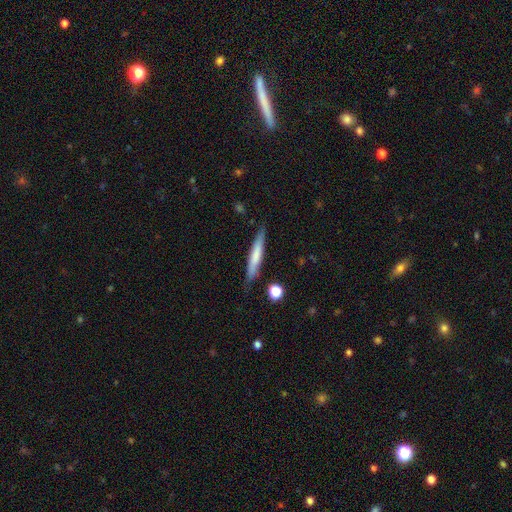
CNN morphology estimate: Overall: smooth (66%; featured or disk 28%). How rounded: cigar-shaped (93%). Merging: none (82%).